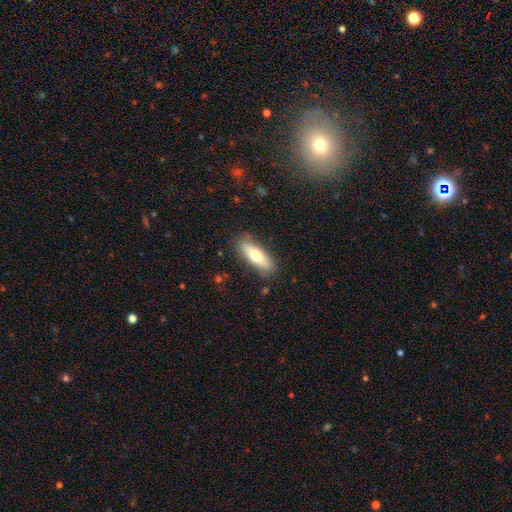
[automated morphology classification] A smooth galaxy with no disk features (70%) that is in between round and cigar-shaped (60%).

Vote fractions:
- Smooth or featured? smooth: 70% / featured or disk: 24% / star or artifact: 6%
- How rounded? in between: 60% / cigar-shaped: 38% / round: 2%
- Merging? none: 84% / minor disturbance: 12% / major disturbance: 3% / merger: 1%